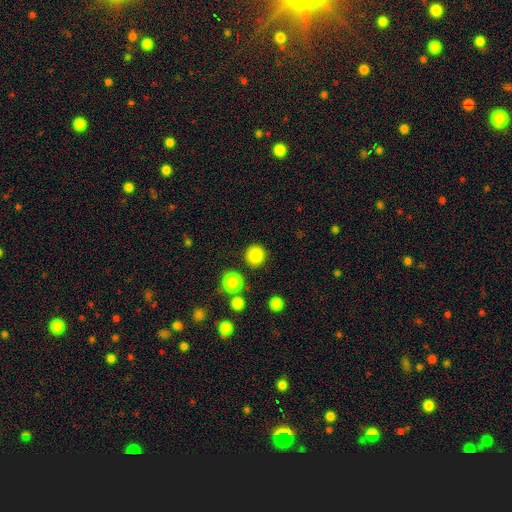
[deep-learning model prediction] Morphology: type=smooth (84%); roundness=round (93%); merging=none (89%).